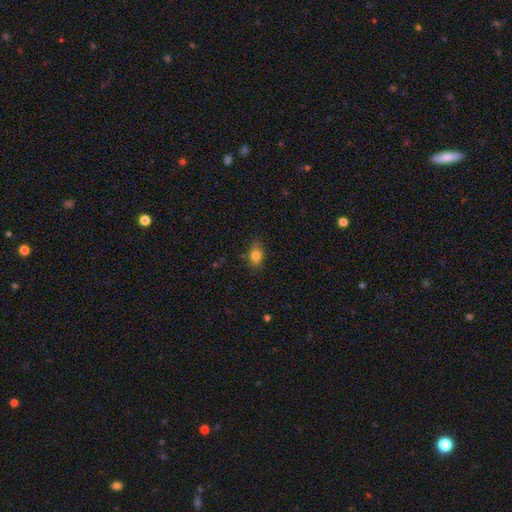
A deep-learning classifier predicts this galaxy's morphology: Q: Smooth or featured?
A: smooth (81%); runner-up: star or artifact (10%)
Q: How rounded?
A: in between (74%); runner-up: round (24%)
Q: Merging?
A: none (75%); runner-up: minor disturbance (19%)